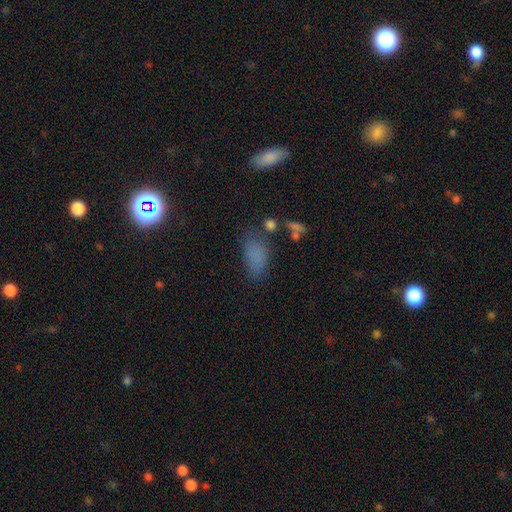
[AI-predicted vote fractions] Smooth or featured: smooth — 73% (star or artifact — 17%)
How rounded: in between — 89% (round — 6%)
Merging: none — 56% (minor disturbance — 24%)